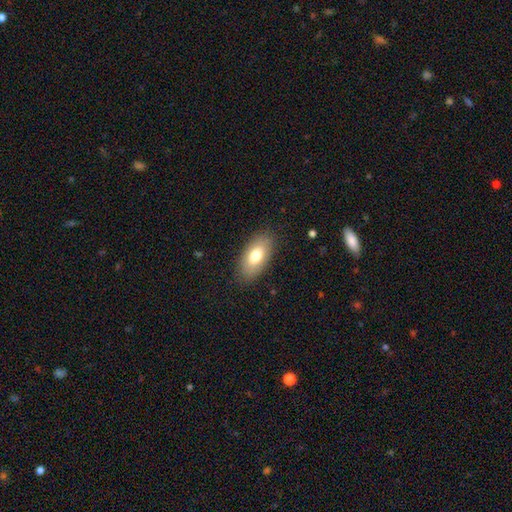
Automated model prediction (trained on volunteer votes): Smooth or featured: smooth — 75% (featured or disk — 18%)
How rounded: in between — 91% (cigar-shaped — 5%)
Merging: none — 85% (minor disturbance — 11%)